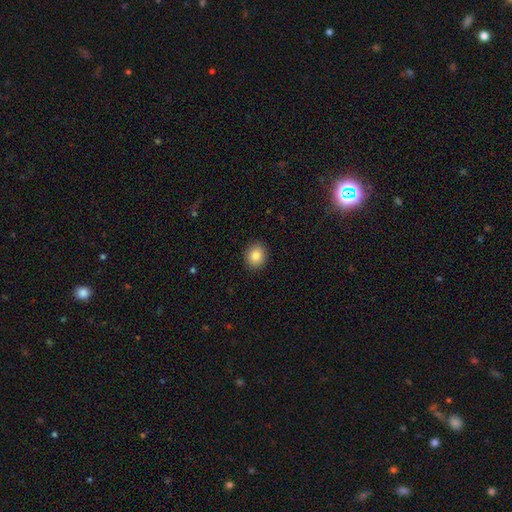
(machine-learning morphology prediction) Smooth or featured: smooth — 85% (star or artifact — 9%)
How rounded: round — 71% (in between — 28%)
Merging: none — 90% (minor disturbance — 7%)